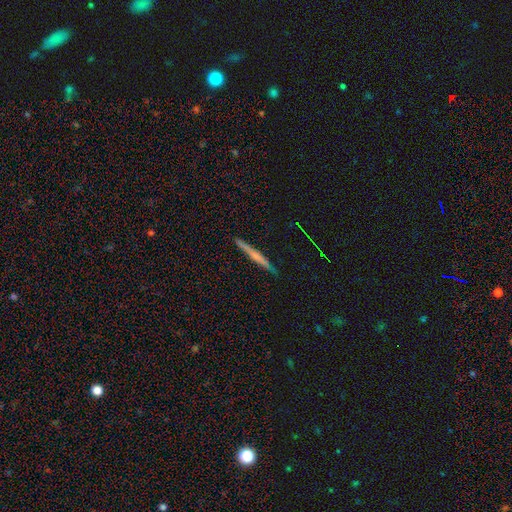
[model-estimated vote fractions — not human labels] A featured or disk galaxy (55%) viewed edge-on (97%) with no central bulge (54%).

Vote fractions:
- Smooth or featured? featured or disk: 55% / smooth: 37% / star or artifact: 8%
- Edge-on disk? yes: 97% / no: 3%
- Edge-on bulge? none: 54% / rounded: 36% / boxy: 10%
- Merging? none: 89% / minor disturbance: 8% / major disturbance: 1% / merger: 1%